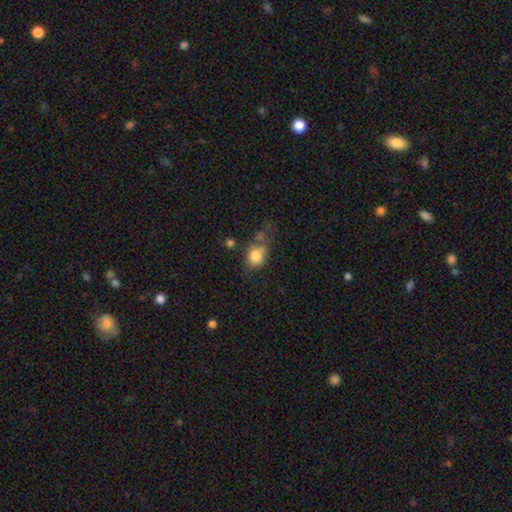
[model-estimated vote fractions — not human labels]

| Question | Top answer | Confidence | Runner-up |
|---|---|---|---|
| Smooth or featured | smooth | 78% | featured or disk (12%) |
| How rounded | round | 57% | in between (41%) |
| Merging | none | 34% | minor disturbance (25%) |